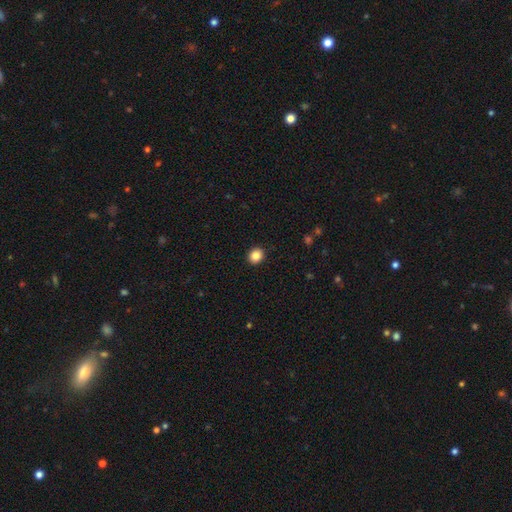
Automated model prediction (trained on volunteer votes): This is clearly a smooth galaxy (86%). How rounded: likely round (74%). Merging: clearly none (92%).